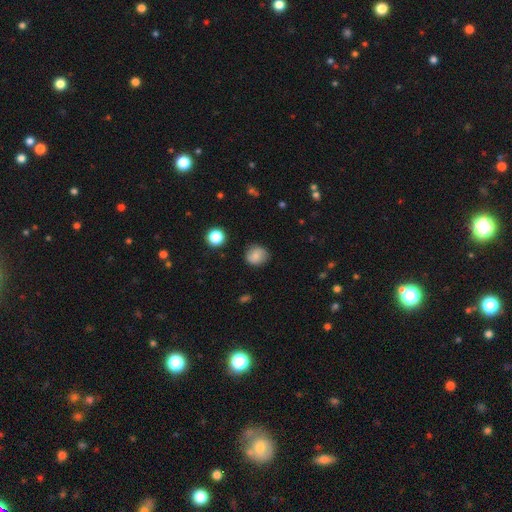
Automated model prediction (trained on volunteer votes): Smooth or featured: smooth — 76% (featured or disk — 14%)
How rounded: round — 81% (in between — 18%)
Merging: none — 83% (minor disturbance — 13%)